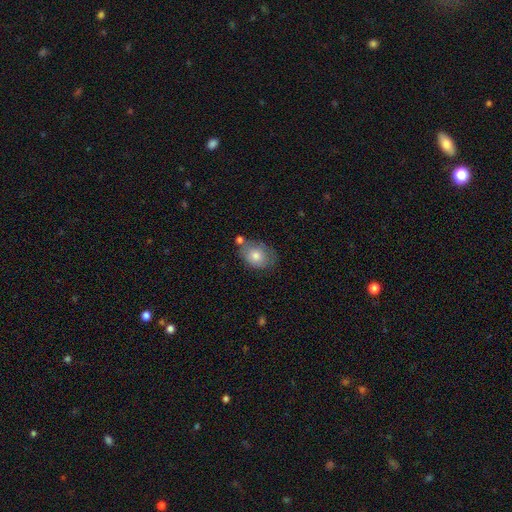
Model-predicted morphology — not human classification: Smooth or featured? Predicted: smooth (p=0.73). How rounded? Predicted: in between (p=0.75). Merging? Predicted: none (p=0.57).